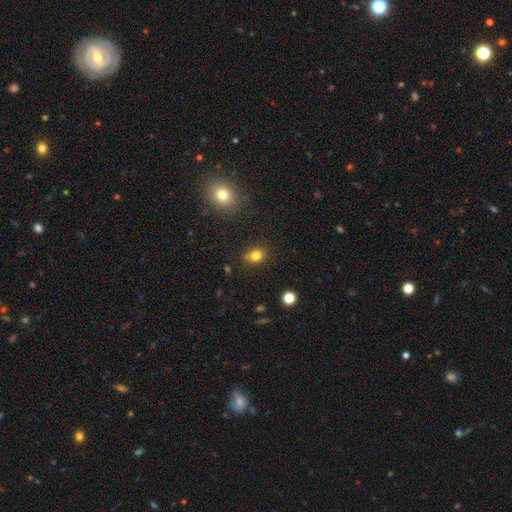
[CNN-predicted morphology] Smooth or featured? smooth (79%)
How rounded? round (71%)
Merging? none (73%)